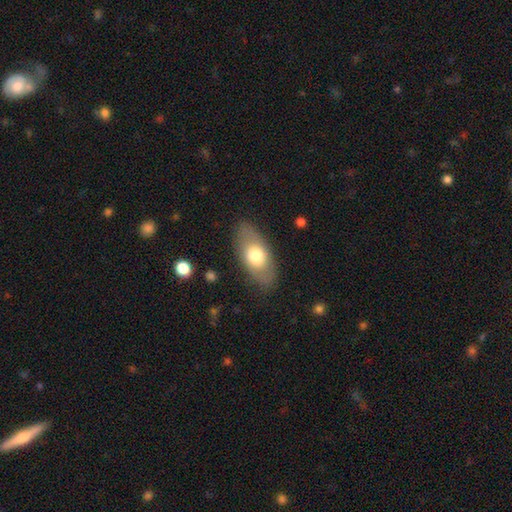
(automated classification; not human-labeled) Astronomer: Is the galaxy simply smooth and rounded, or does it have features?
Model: smooth — 66%.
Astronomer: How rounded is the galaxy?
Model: in between — 89%.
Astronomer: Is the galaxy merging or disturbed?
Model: none — 83%.